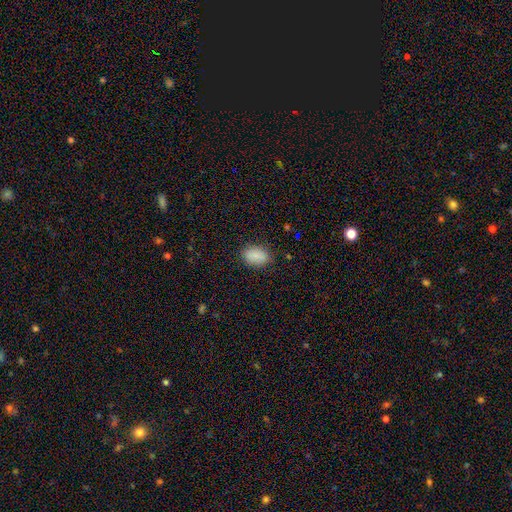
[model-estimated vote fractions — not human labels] Smooth or featured?
  - smooth: 88% *
  - star or artifact: 8%
  - featured or disk: 4%
How rounded?
  - in between: 88% *
  - round: 11%
  - cigar-shaped: 2%
Merging?
  - none: 84% *
  - minor disturbance: 12%
  - major disturbance: 3%
  - merger: 1%